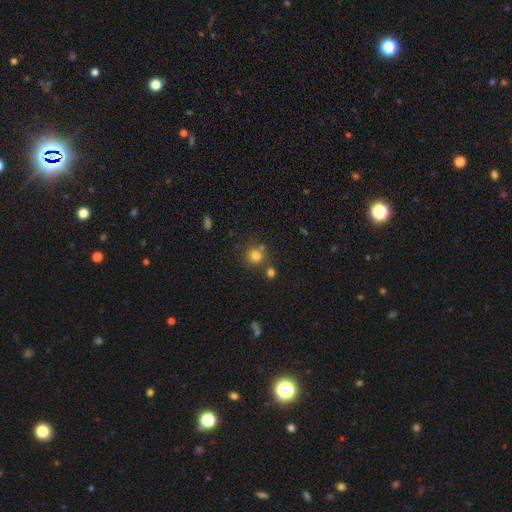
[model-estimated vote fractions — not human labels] smooth-or-featured: smooth: 78% | star or artifact: 15% | featured or disk: 7%
  how-rounded: round: 88% | in between: 11% | cigar-shaped: 1%
  merging: none: 69% | merger: 17% | minor disturbance: 10% | major disturbance: 4%